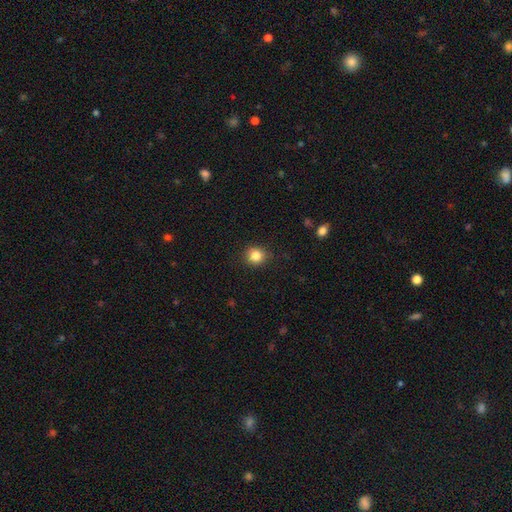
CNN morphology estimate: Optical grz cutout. It shows a smooth galaxy with no disk features (84%) that is round (85%). Merging: none (88%).